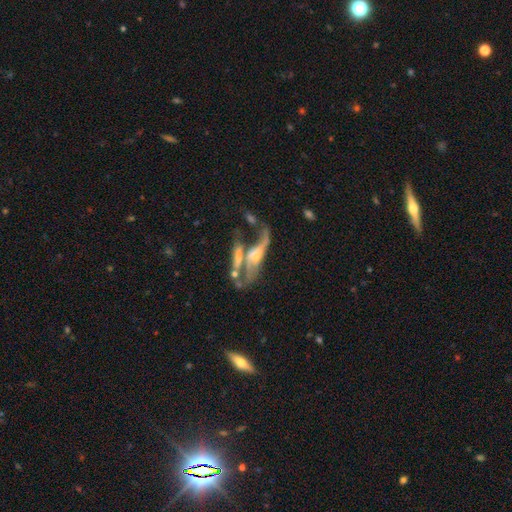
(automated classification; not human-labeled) This appears to be a featured or disk galaxy (70%). Merging: merger (42%).